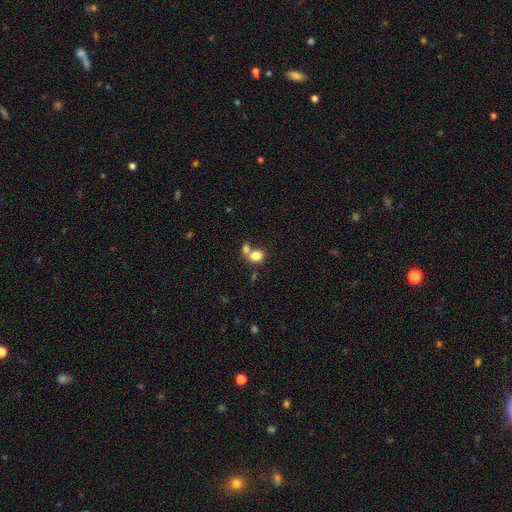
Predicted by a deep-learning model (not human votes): smooth_or_featured: smooth (p=0.80) [alt: star or artifact p=0.10]
how_rounded: in between (p=0.55) [alt: round p=0.44]
merging: merger (p=0.49) [alt: none p=0.37]